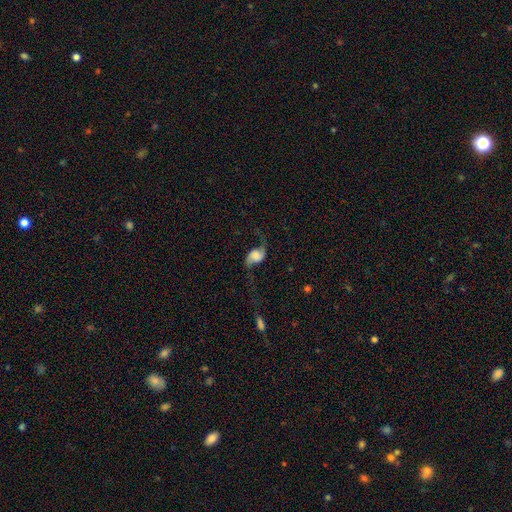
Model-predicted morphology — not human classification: Smooth or featured: featured or disk — 71% (smooth — 20%)
Edge-on disk: no — 96% (yes — 4%)
Bar: no — 60% (weak — 29%)
Spiral arms: yes — 94% (no — 6%)
Spiral winding: loose — 89% (medium — 8%)
Spiral arm count: 2 — 92% (1 — 4%)
Bulge size: large — 30% (dominant — 19%)
Merging: none — 59% (major disturbance — 20%)